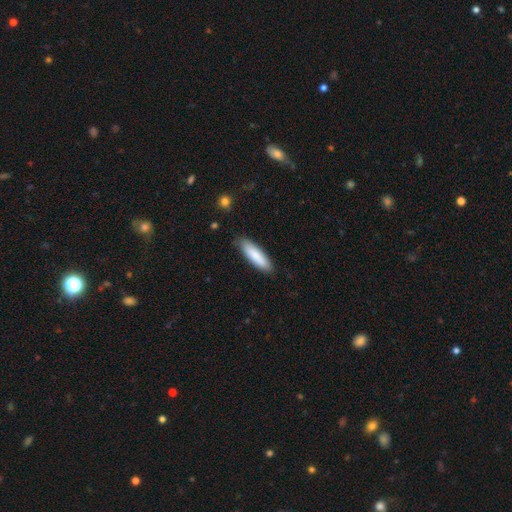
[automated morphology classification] Smooth or featured: smooth — 86% (featured or disk — 9%)
How rounded: cigar-shaped — 58% (in between — 40%)
Merging: none — 83% (minor disturbance — 13%)